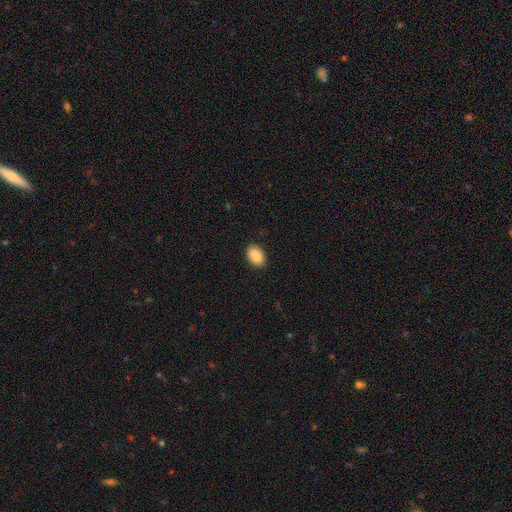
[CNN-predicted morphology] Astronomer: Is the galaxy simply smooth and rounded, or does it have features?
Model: smooth — 89%.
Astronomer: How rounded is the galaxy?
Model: in between — 88%.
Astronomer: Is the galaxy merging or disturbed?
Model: none — 87%.